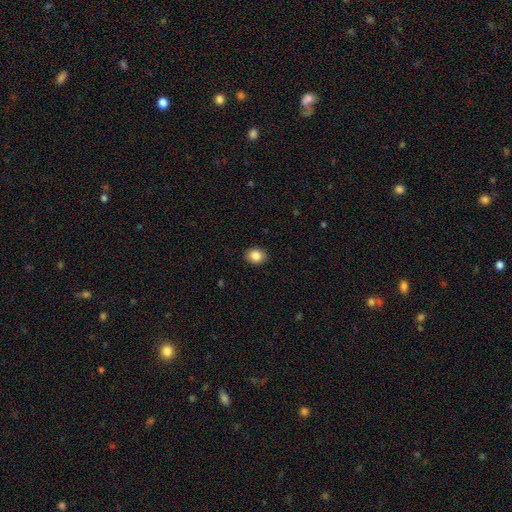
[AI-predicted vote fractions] Smooth or featured: smooth — 87% (star or artifact — 9%)
How rounded: in between — 53% (round — 46%)
Merging: none — 89% (minor disturbance — 8%)